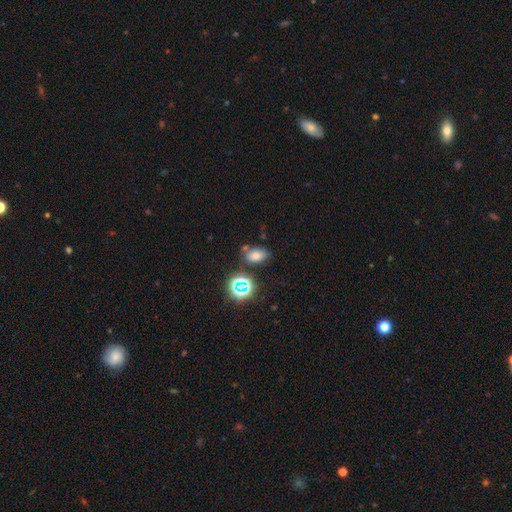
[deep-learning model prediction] smooth 68%, star or artifact 22%, featured or disk 10%. Down the decision tree: how rounded — in between (83%); merging — none (70%).